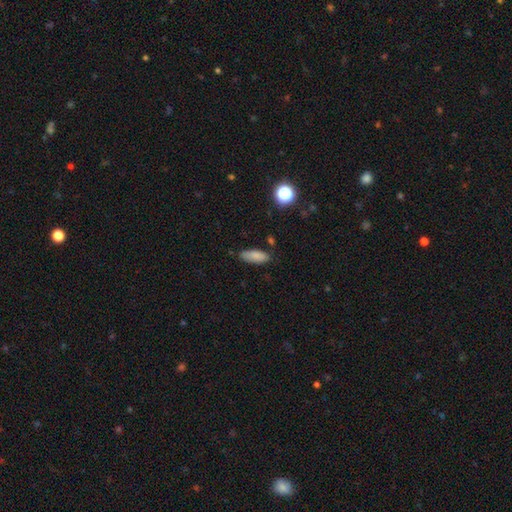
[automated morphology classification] Smooth or featured? Predicted: smooth (p=0.83). How rounded? Predicted: in between (p=0.74). Merging? Predicted: none (p=0.76).